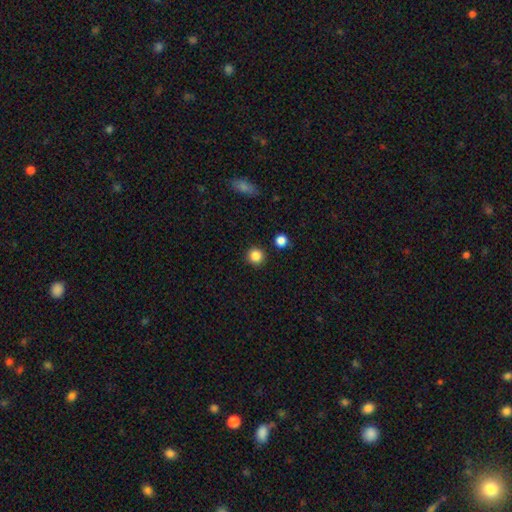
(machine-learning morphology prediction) Smooth or featured?
  - smooth: 85% *
  - star or artifact: 11%
  - featured or disk: 4%
How rounded?
  - round: 94% *
  - in between: 5%
  - cigar-shaped: 1%
Merging?
  - none: 90% *
  - minor disturbance: 5%
  - merger: 3%
  - major disturbance: 2%